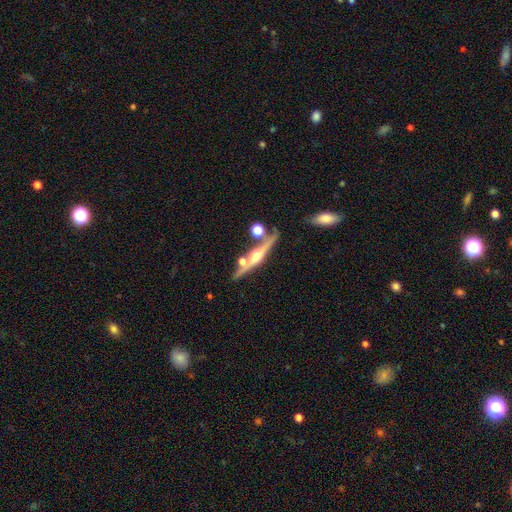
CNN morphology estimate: smooth_or_featured: featured or disk (p=0.77) [alt: smooth p=0.16]
disk_edge_on: yes (p=0.96) [alt: no p=0.04]
edge_on_bulge: rounded (p=0.94) [alt: none p=0.03]
merging: none (p=0.73) [alt: merger p=0.13]